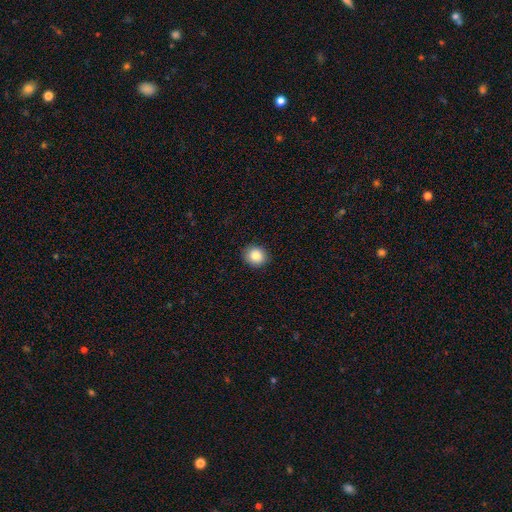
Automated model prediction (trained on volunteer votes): Smooth or featured: smooth — 87% (star or artifact — 9%)
How rounded: round — 78% (in between — 21%)
Merging: none — 89% (minor disturbance — 8%)